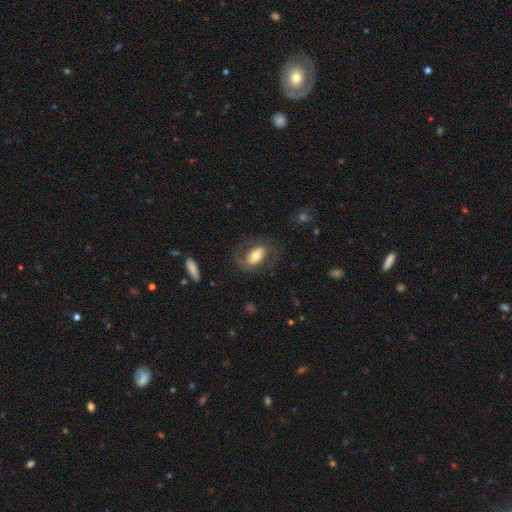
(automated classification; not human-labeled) Morphology: type=smooth (47%); merging=none (66%).